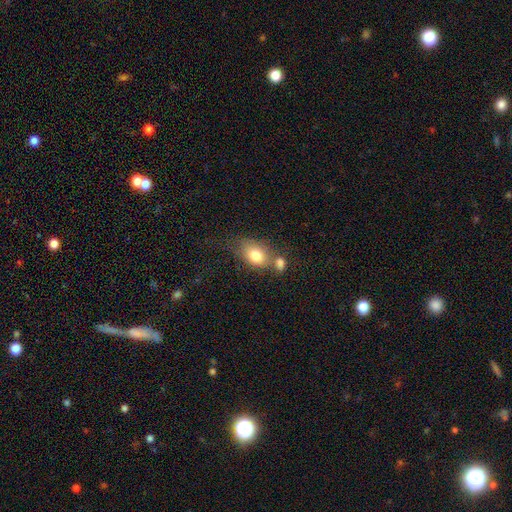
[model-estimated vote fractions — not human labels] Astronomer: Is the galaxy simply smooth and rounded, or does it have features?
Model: smooth — 78%.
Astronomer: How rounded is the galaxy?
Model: in between — 77%.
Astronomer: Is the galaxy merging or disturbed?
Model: none — 41% (runner-up: merger, 36%).